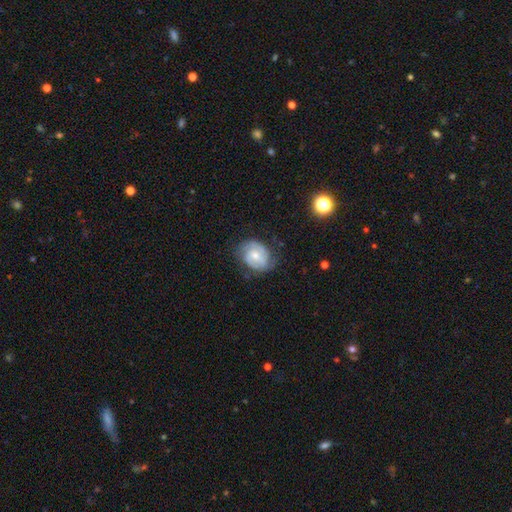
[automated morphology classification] This is likely a featured or disk galaxy (69%). It is clearly not viewed edge-on (97%). Bar: possibly no (50%). Spiral arm pattern: clearly yes (90%). Spiral arm count: likely 2 (68%). Spiral winding: possibly tight (49%). Central bulge: possibly moderate (53%). Merging: likely none (70%).